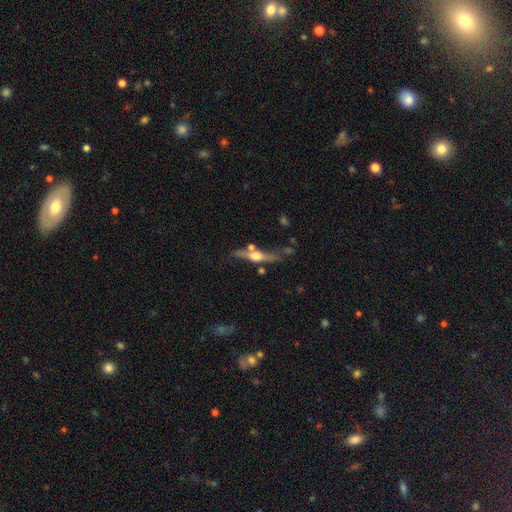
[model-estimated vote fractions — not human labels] Smooth or featured? featured or disk (69%)
Edge-on disk? yes (92%)
Edge-on bulge? rounded (93%)
Merging? none (61%)